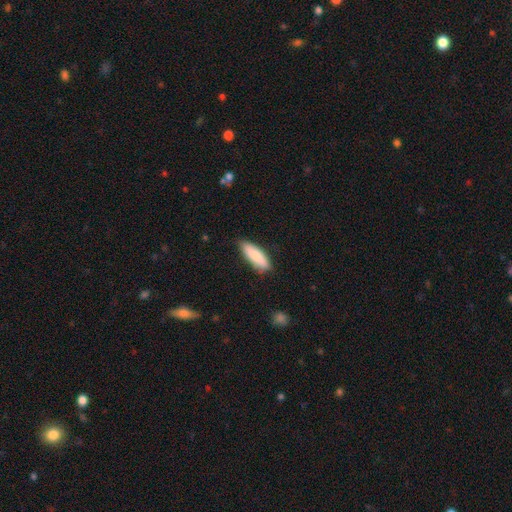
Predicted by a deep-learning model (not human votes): A smooth galaxy with no disk features (82%) that is in between round and cigar-shaped (54%).

Vote fractions:
- Smooth or featured? smooth: 82% / featured or disk: 12% / star or artifact: 6%
- How rounded? in between: 54% / cigar-shaped: 44% / round: 2%
- Merging? none: 80% / minor disturbance: 16% / major disturbance: 3% / merger: 1%